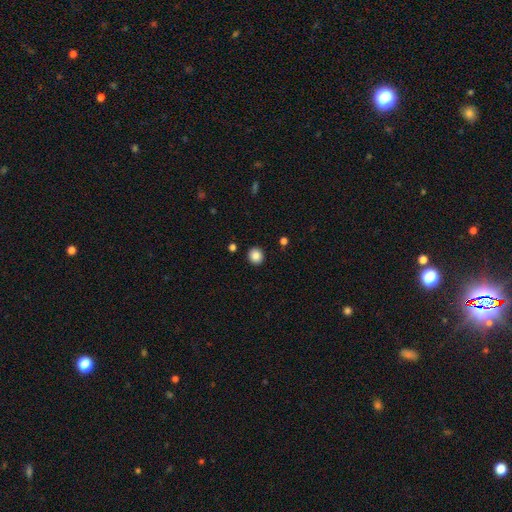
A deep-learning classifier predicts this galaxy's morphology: This is clearly a smooth galaxy (86%). How rounded: clearly round (91%). Merging: clearly none (92%).